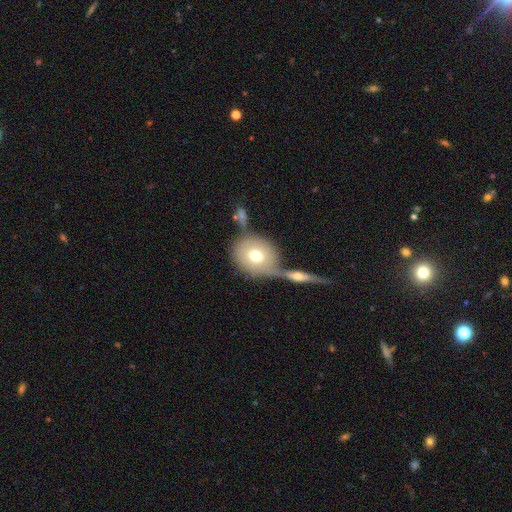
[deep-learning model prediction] smooth_or_featured: smooth (p=0.69) [alt: featured or disk p=0.24]
how_rounded: round (p=0.74) [alt: in between p=0.24]
merging: none (p=0.48) [alt: merger p=0.34]